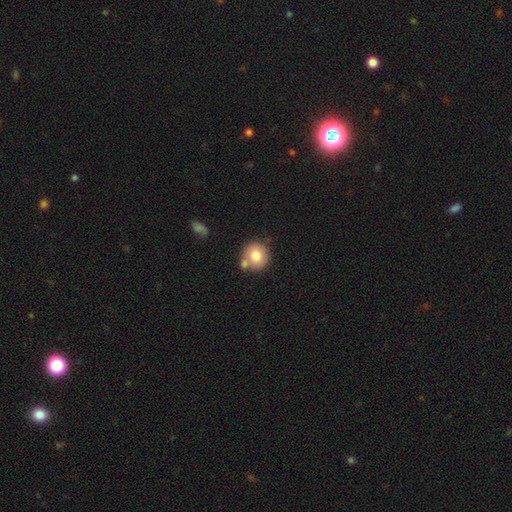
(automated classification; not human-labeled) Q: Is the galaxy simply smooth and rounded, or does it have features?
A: smooth — 77%.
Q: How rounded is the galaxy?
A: round — 89%.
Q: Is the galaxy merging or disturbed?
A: none — 60%.